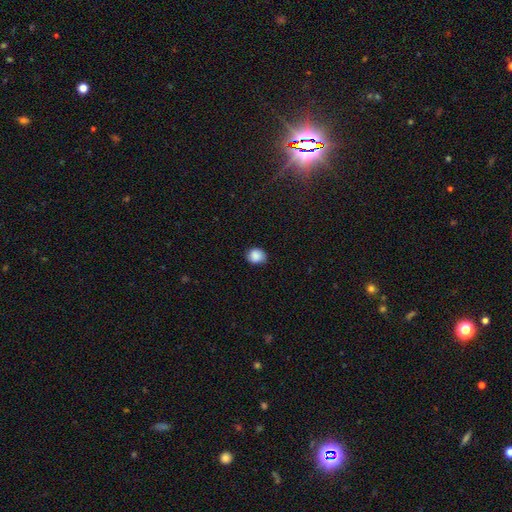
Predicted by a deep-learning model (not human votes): Smooth or featured? smooth (88%)
How rounded? round (64%)
Merging? none (80%)